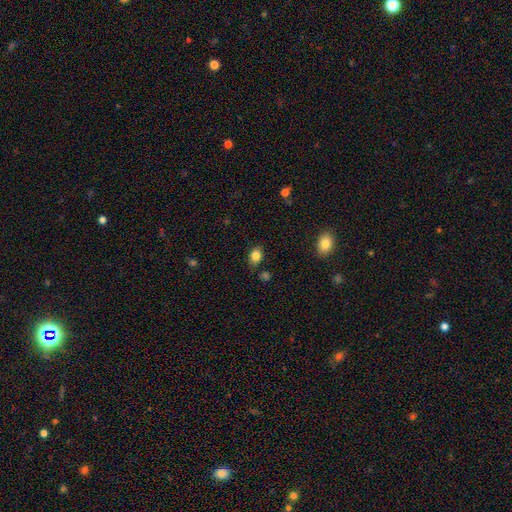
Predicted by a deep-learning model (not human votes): This appears to be a smooth galaxy with no disk features (84%) that is in between round and cigar-shaped (67%). Merging: none (79%).